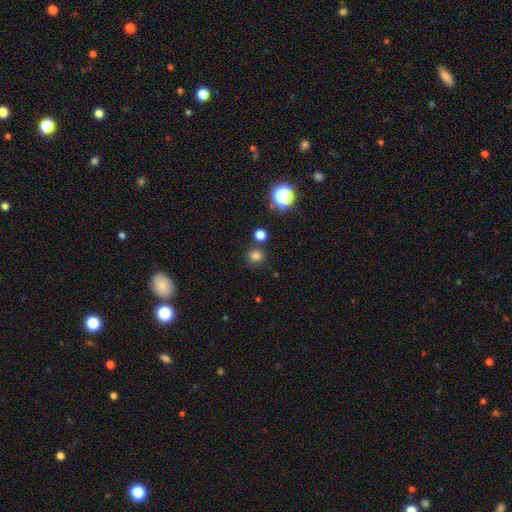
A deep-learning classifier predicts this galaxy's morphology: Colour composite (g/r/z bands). It shows a smooth galaxy with no disk features (77%) that is round (89%). Merging: none (80%).